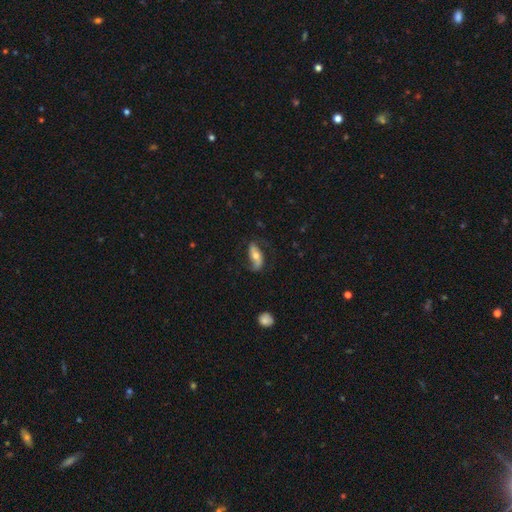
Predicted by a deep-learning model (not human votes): Smooth or featured? featured or disk (53%)
Edge-on disk? no (83%)
Merging? none (64%)